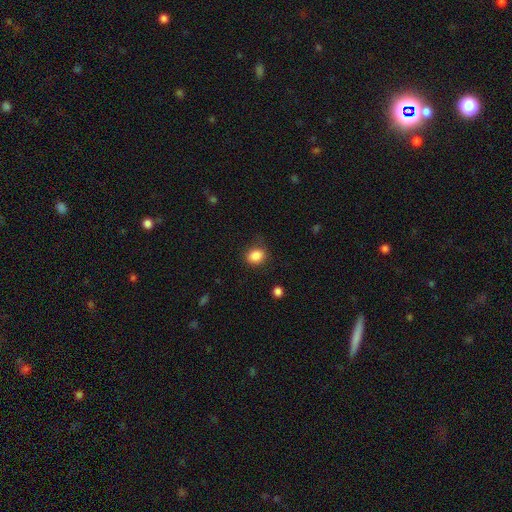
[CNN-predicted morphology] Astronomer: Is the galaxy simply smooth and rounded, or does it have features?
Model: smooth — 86%.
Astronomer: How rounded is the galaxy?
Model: round — 54% (runner-up: in between, 45%).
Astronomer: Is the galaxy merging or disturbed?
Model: none — 75%.